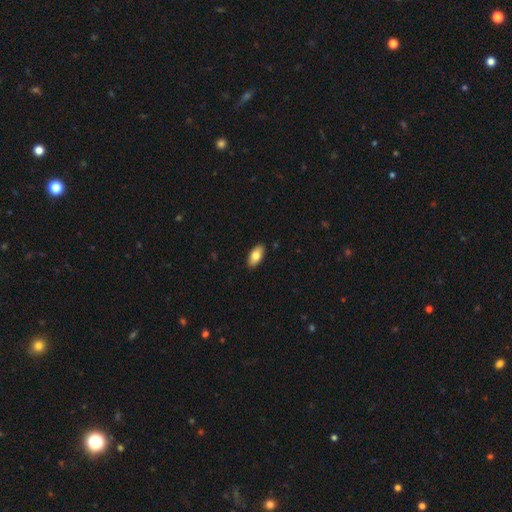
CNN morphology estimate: smooth 78%, featured or disk 16%, star or artifact 6%. Down the decision tree: how rounded — in between (91%); merging — none (89%).